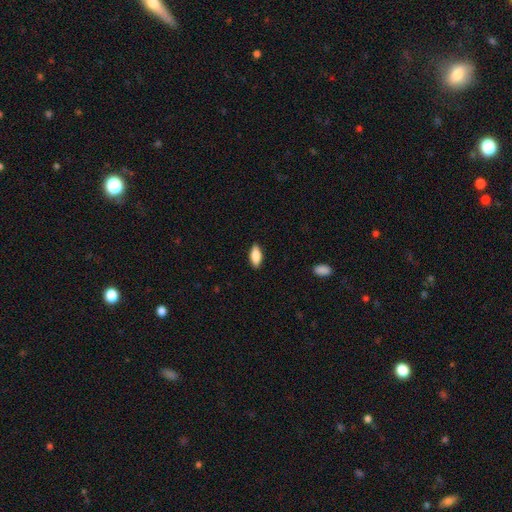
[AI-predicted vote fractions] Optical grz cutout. It shows a smooth galaxy with no disk features (83%) that is in between round and cigar-shaped (83%). Merging: none (87%).